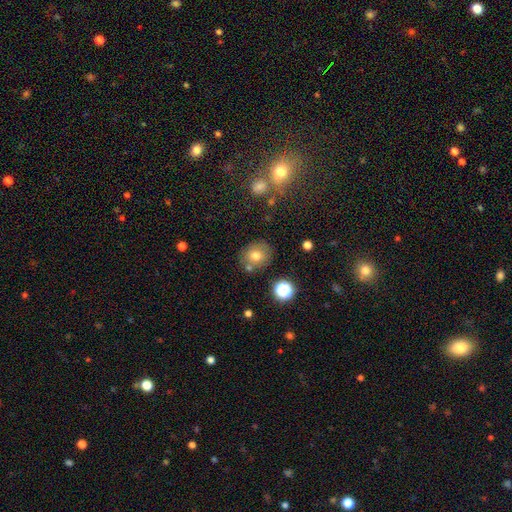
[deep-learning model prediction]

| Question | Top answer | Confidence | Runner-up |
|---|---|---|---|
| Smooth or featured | smooth | 73% | featured or disk (14%) |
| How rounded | round | 76% | in between (23%) |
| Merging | none | 73% | minor disturbance (13%) |